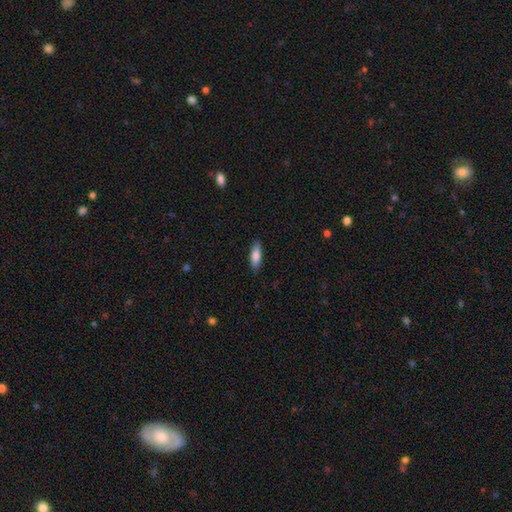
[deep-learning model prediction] A smooth galaxy with no disk features (82%) that is in between round and cigar-shaped (58%).

Vote fractions:
- Smooth or featured? smooth: 82% / featured or disk: 12% / star or artifact: 6%
- How rounded? in between: 58% / cigar-shaped: 41% / round: 2%
- Merging? none: 86% / minor disturbance: 10% / major disturbance: 2% / merger: 1%